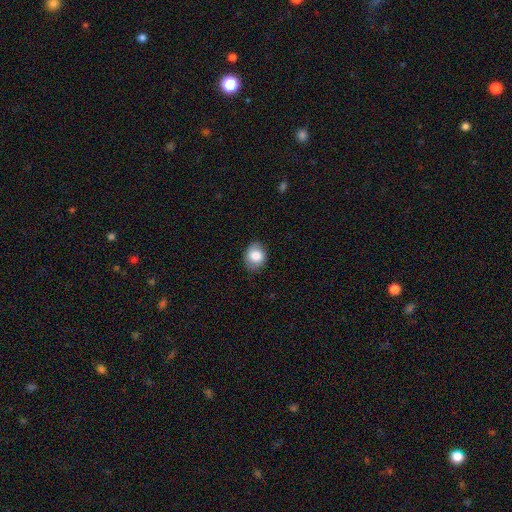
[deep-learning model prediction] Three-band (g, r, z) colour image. It shows a smooth galaxy with no disk features (83%) that is round (59%). Merging: none (81%).